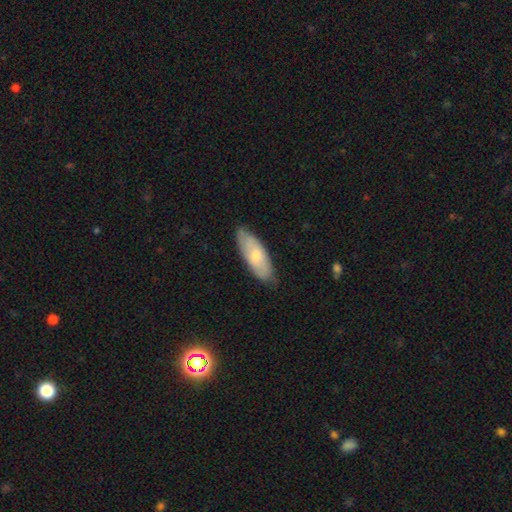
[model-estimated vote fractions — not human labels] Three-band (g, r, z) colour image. It shows a smooth galaxy with no disk features (68%) that is in between round and cigar-shaped (72%). Merging: none (77%).